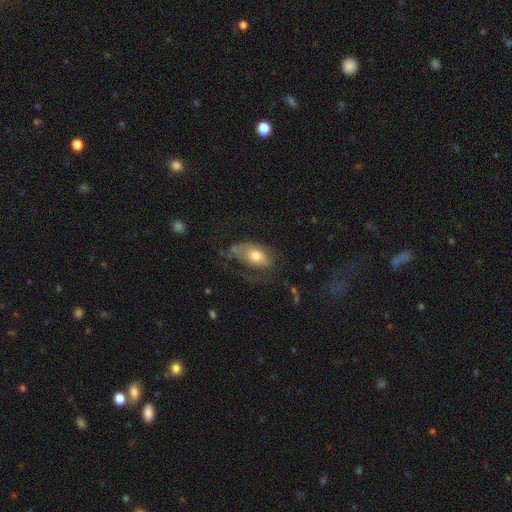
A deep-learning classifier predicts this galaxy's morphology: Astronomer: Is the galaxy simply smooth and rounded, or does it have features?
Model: smooth — 60%.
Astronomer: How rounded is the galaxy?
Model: in between — 90%.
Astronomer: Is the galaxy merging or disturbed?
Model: none — 35% (runner-up: major disturbance, 34%).